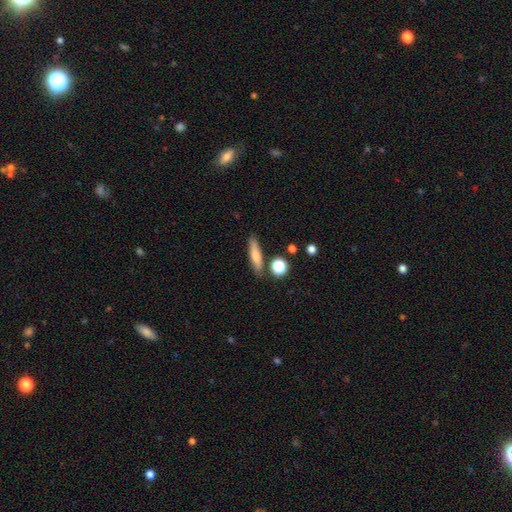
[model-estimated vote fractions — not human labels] A smooth galaxy with no disk features (74%) that is cigar-shaped (74%). Merging: none (80%).